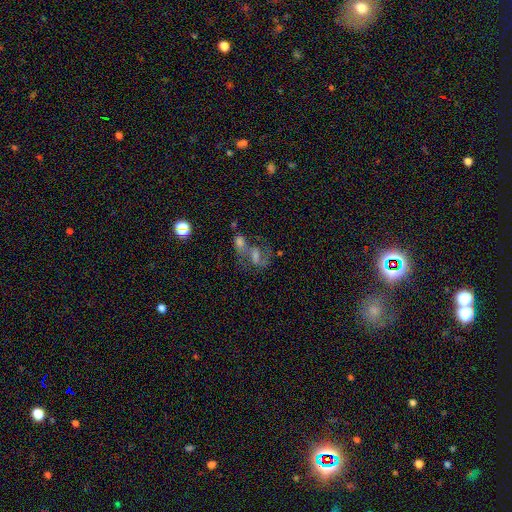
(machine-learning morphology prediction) Overall: featured or disk (52%; smooth 28%). Edge-on disk: no (96%). Merging: merger (46%; none 29%).